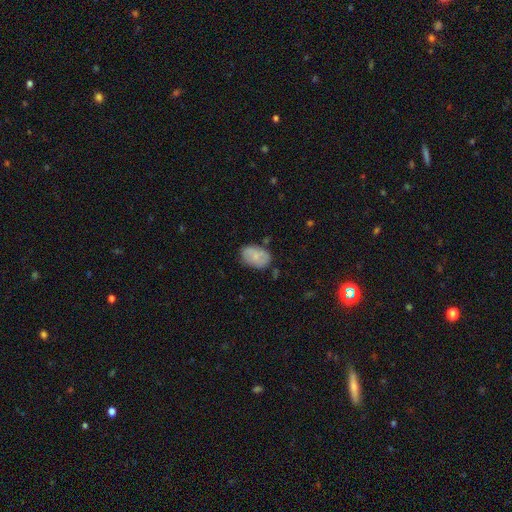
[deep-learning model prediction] A smooth galaxy with no disk features (72%) that is in between round and cigar-shaped (88%). Merging: none (66%).